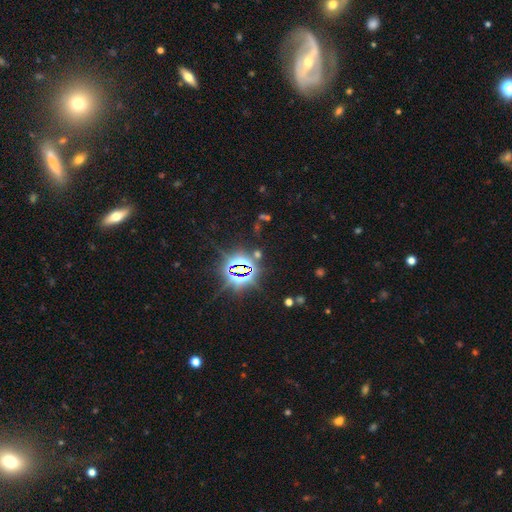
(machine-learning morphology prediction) Smooth or featured: star or artifact — 82% (smooth — 10%)